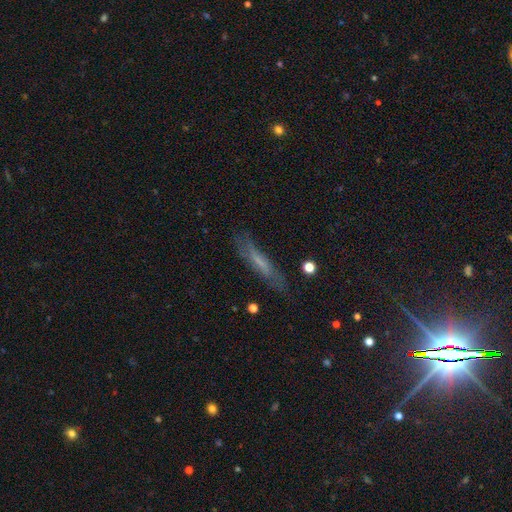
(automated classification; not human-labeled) Smooth or featured: featured or disk — 41% (smooth — 36%)
Merging: none — 78% (minor disturbance — 15%)